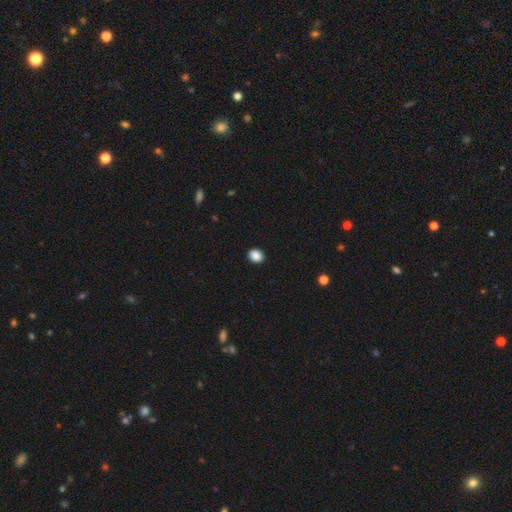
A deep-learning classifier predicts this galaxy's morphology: This appears to be a smooth galaxy with no disk features (88%) that is round (63%). Merging: none (92%).